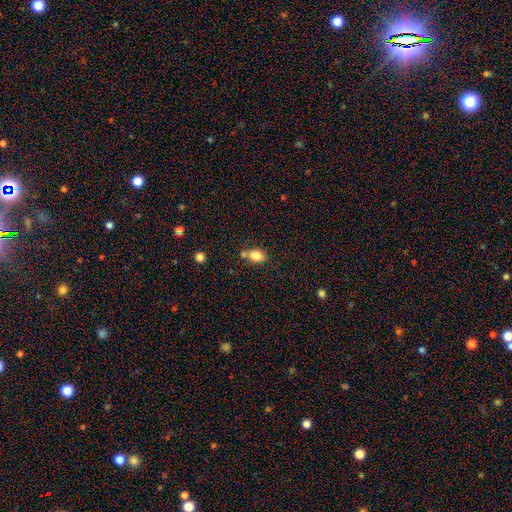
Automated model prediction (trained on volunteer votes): Morphology: type=smooth (82%); roundness=in between (70%); merging=none (60%).